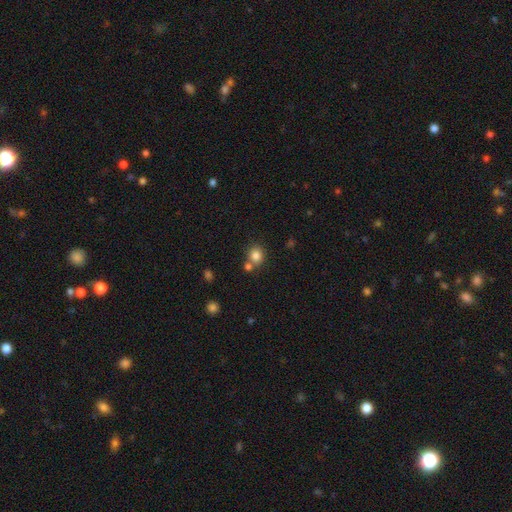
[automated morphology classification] Smooth or featured?
  - smooth: 83% *
  - star or artifact: 11%
  - featured or disk: 6%
How rounded?
  - round: 80% *
  - in between: 19%
  - cigar-shaped: 1%
Merging?
  - none: 65% *
  - merger: 23%
  - minor disturbance: 9%
  - major disturbance: 3%